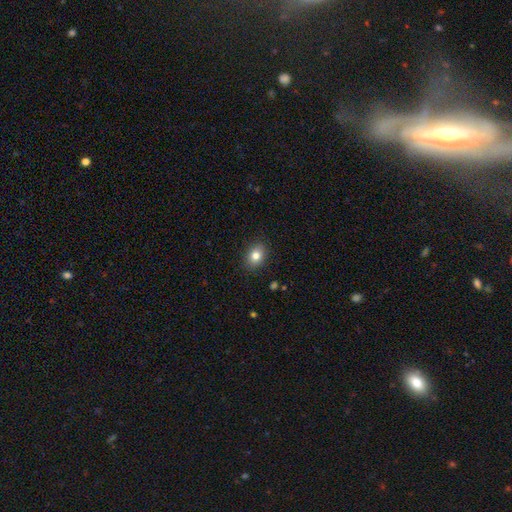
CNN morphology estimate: smooth_or_featured: smooth (p=0.81) [alt: star or artifact p=0.09]
how_rounded: in between (p=0.69) [alt: round p=0.30]
merging: none (p=0.88) [alt: minor disturbance p=0.09]